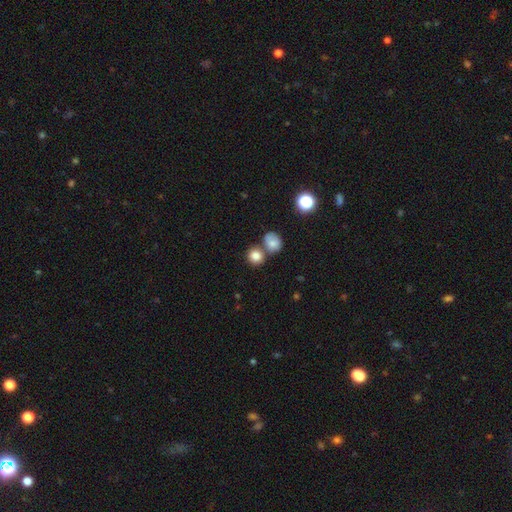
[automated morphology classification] type=smooth (82%); roundness=round (82%); merging=none (55%).